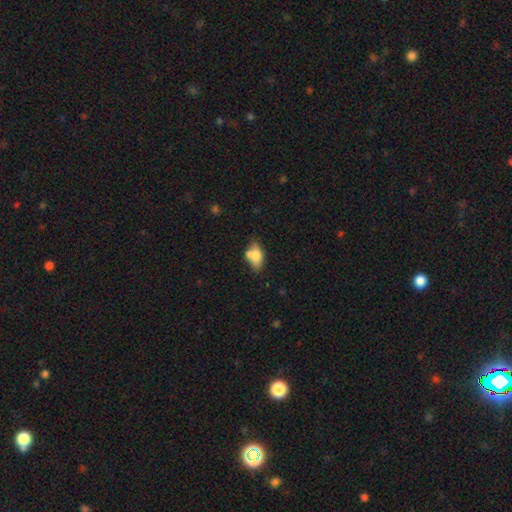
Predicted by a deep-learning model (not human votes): A smooth galaxy with no disk features (71%) that is in between round and cigar-shaped (86%).

Vote fractions:
- Smooth or featured? smooth: 71% / featured or disk: 21% / star or artifact: 8%
- How rounded? in between: 86% / round: 10% / cigar-shaped: 5%
- Merging? none: 48% / merger: 23% / minor disturbance: 22% / major disturbance: 7%